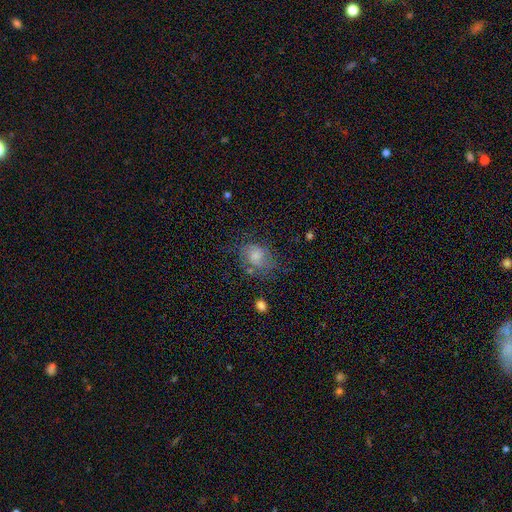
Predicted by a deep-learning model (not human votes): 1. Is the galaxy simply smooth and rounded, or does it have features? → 51% smooth, 32% featured or disk, 17% star or artifact.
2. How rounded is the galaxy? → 54% in between, 45% round, 1% cigar-shaped.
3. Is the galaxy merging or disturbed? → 61% none, 23% minor disturbance, 13% major disturbance, 3% merger.